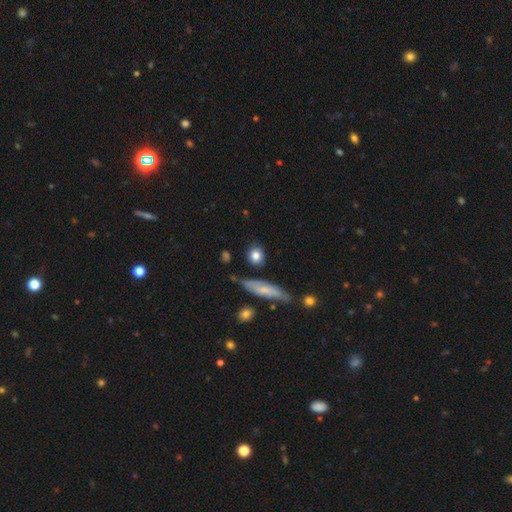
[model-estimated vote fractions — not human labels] This appears to be a smooth galaxy with no disk features (82%) that is round (71%). Merging: none (77%).